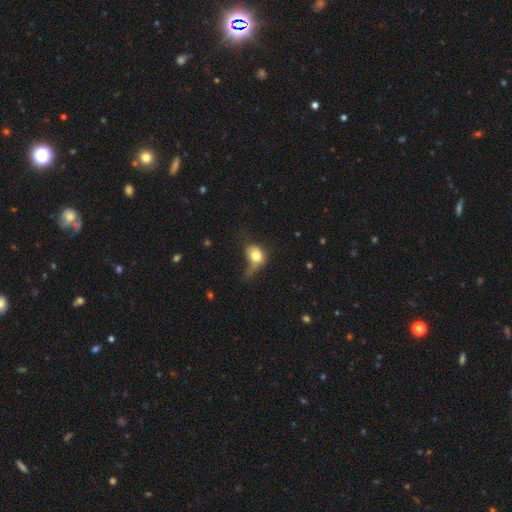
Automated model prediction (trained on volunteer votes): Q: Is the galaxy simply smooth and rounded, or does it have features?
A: smooth — 71%.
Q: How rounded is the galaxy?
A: in between — 60%.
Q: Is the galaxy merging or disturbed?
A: major disturbance — 43%.